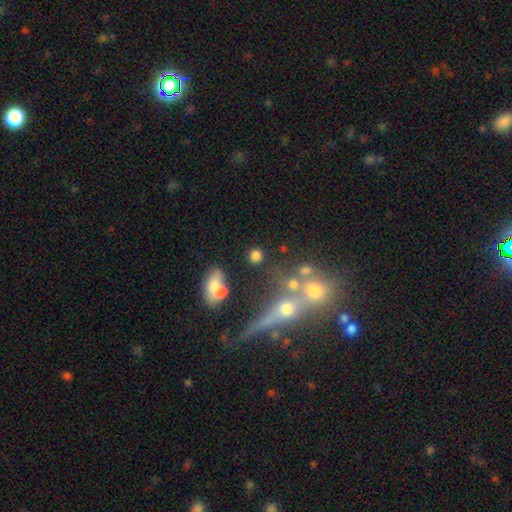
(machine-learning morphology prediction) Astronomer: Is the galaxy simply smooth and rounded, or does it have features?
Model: smooth — 74%.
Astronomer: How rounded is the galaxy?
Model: round — 72%.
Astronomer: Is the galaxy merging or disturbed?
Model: none — 68%.